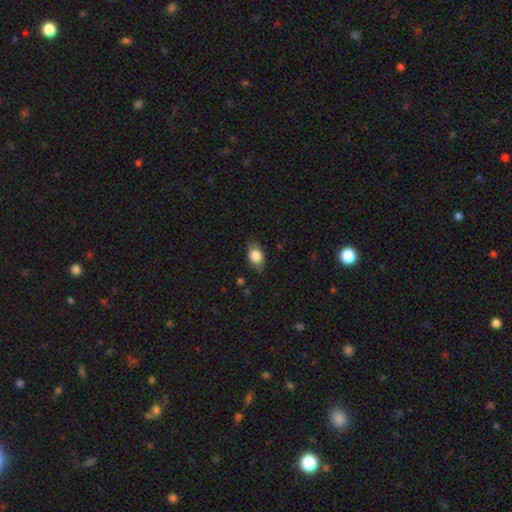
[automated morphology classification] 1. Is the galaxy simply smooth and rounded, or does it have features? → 82% smooth, 10% featured or disk, 8% star or artifact.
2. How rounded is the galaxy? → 79% in between, 19% round, 2% cigar-shaped.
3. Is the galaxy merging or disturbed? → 78% none, 17% minor disturbance, 3% major disturbance, 1% merger.